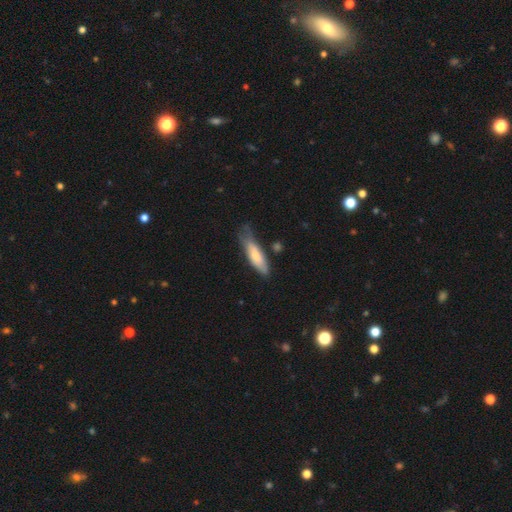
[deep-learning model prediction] A smooth galaxy with no disk features (68%) that is cigar-shaped (56%).

Vote fractions:
- Smooth or featured? smooth: 68% / featured or disk: 26% / star or artifact: 5%
- How rounded? cigar-shaped: 56% / in between: 42% / round: 2%
- Merging? none: 50% / minor disturbance: 34% / major disturbance: 12% / merger: 4%